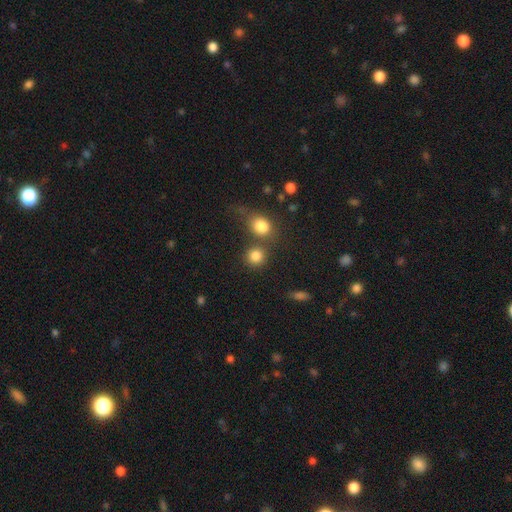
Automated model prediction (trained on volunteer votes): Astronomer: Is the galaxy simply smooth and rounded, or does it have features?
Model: smooth — 83%.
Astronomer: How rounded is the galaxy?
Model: round — 86%.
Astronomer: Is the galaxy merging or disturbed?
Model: none — 62%.